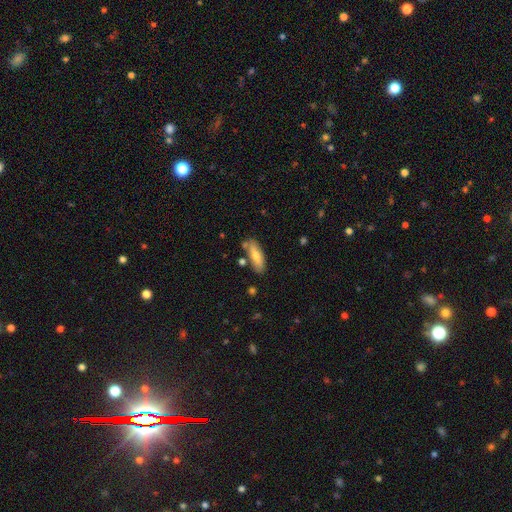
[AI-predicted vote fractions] smooth 71%, featured or disk 22%, star or artifact 7%. Down the decision tree: how rounded — in between (57%); merging — none (71%).